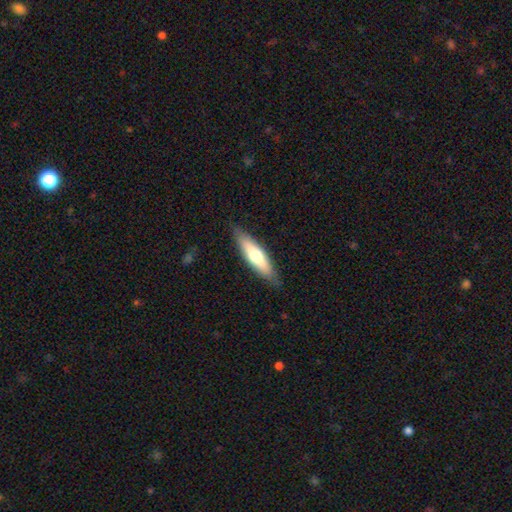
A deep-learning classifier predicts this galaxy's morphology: smooth 58%, featured or disk 37%, star or artifact 5%. Down the decision tree: how rounded — cigar-shaped (64%); merging — none (84%).